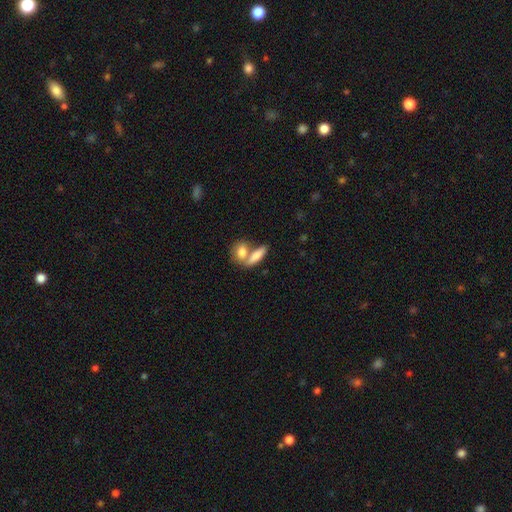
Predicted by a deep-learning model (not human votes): A smooth galaxy with no disk features (77%) that is in between round and cigar-shaped (62%).

Vote fractions:
- Smooth or featured? smooth: 77% / featured or disk: 17% / star or artifact: 6%
- How rounded? in between: 62% / cigar-shaped: 30% / round: 8%
- Merging? merger: 51% / none: 37% / minor disturbance: 8% / major disturbance: 3%